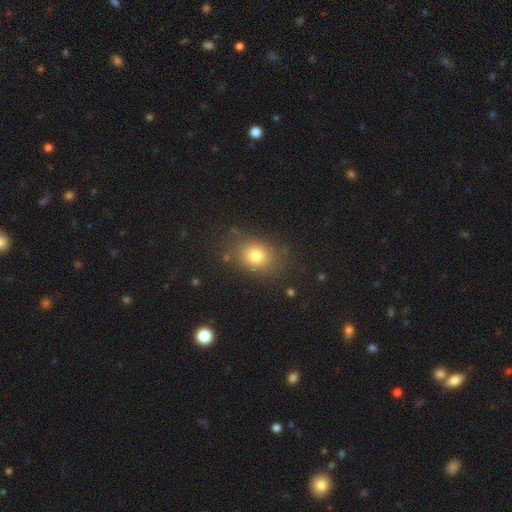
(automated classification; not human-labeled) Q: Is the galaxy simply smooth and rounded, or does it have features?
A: smooth — 77%.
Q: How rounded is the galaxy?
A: in between — 50%.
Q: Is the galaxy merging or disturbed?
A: none — 81%.